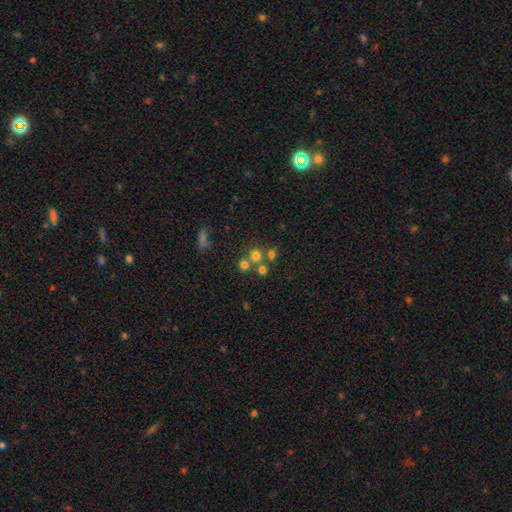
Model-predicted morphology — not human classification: Q: Smooth or featured?
A: smooth (65%); runner-up: star or artifact (22%)
Q: How rounded?
A: round (87%); runner-up: in between (12%)
Q: Merging?
A: none (56%); runner-up: merger (32%)